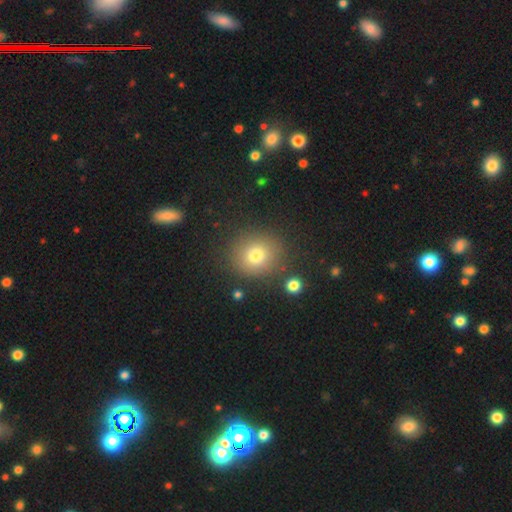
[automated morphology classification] The model was most divided on "smooth or featured": smooth: 76%, star or artifact: 15%, featured or disk: 9%. More confident: merging — none (84%); how rounded — round (83%).